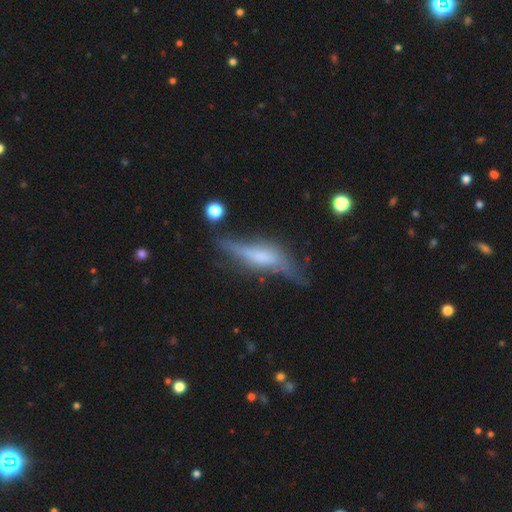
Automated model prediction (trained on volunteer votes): Morphology: type=featured or disk (64%); edge-on=yes (84%); edge-on bulge=rounded (46%); merging=none (53%).